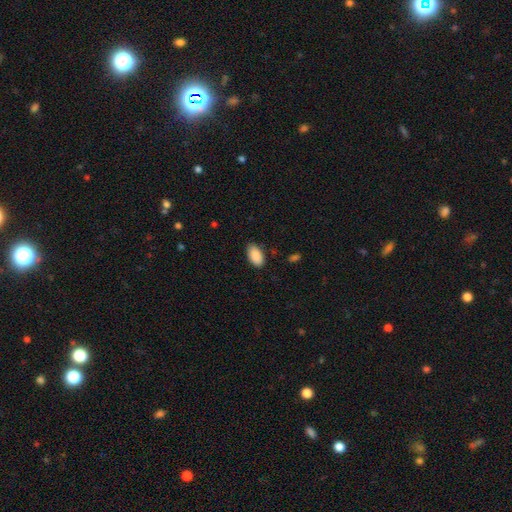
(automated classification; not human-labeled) A smooth galaxy with no disk features (89%) that is in between round and cigar-shaped (95%).

Vote fractions:
- Smooth or featured? smooth: 89% / star or artifact: 6% / featured or disk: 5%
- How rounded? in between: 95% / round: 3% / cigar-shaped: 2%
- Merging? none: 84% / minor disturbance: 13% / major disturbance: 2% / merger: 1%